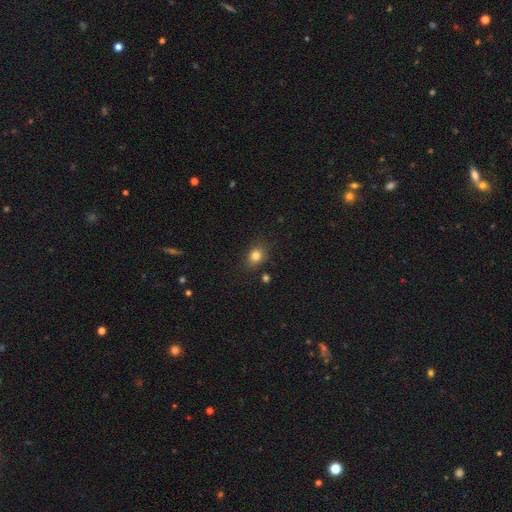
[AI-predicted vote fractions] smooth_or_featured: smooth (p=0.81) [alt: star or artifact p=0.12]
how_rounded: in between (p=0.55) [alt: round p=0.44]
merging: none (p=0.82) [alt: minor disturbance p=0.12]